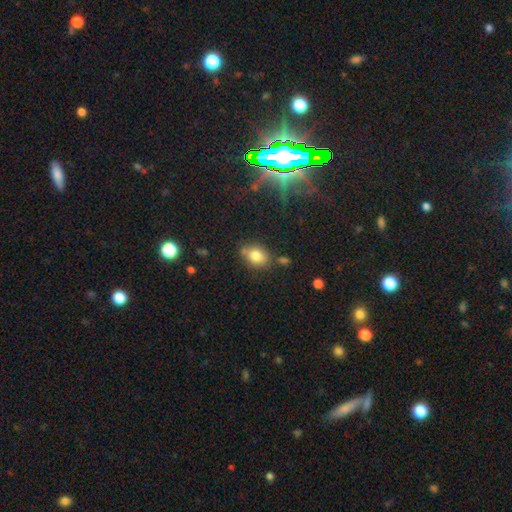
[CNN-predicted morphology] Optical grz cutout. It shows a smooth galaxy with no disk features (81%) that is in between round and cigar-shaped (66%). Merging: none (71%).